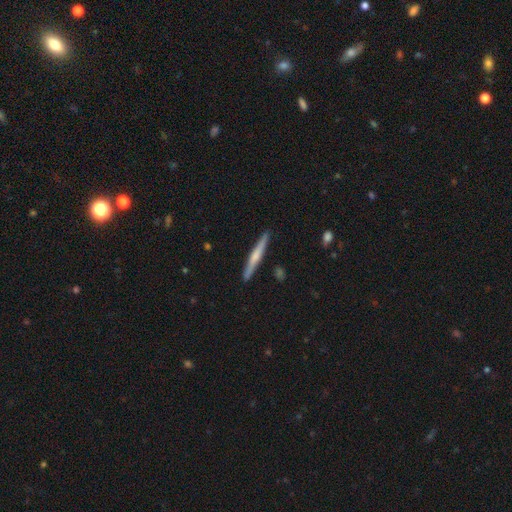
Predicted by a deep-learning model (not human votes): This is possibly a featured or disk galaxy (52%). It is clearly viewed edge-on (97%). Edge-on bulge: possibly rounded (56%). Merging: clearly none (91%).